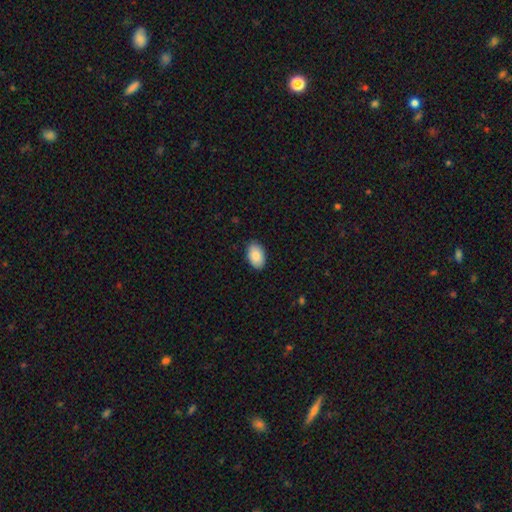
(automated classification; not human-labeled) Morphology: type=smooth (88%); roundness=in between (93%); merging=none (88%).